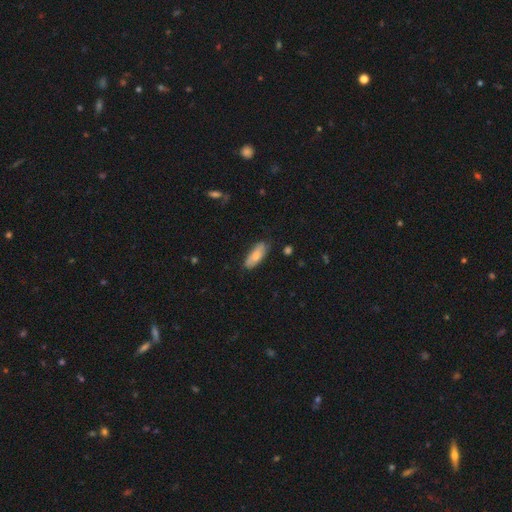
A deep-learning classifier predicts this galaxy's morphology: The model was most divided on "how rounded": in between: 72%, cigar-shaped: 26%, round: 2%. More confident: smooth or featured — smooth (74%); merging — none (74%).